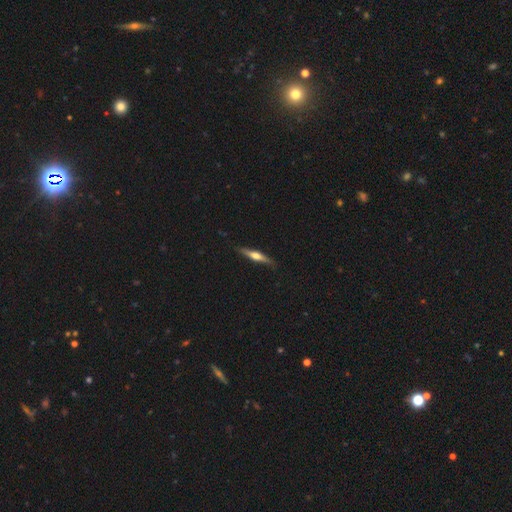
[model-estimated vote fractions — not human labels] Smooth or featured? Predicted: featured or disk (p=0.64). Edge-on disk? Predicted: yes (p=0.96). Edge-on bulge? Predicted: rounded (p=0.88). Merging? Predicted: none (p=0.86).